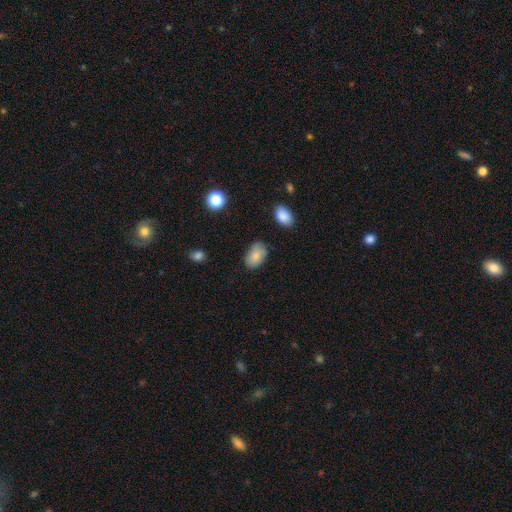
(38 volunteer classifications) A smooth galaxy with no disk features (82%) that is in between round and cigar-shaped (87%).

Vote fractions:
- Smooth or featured? smooth: 82% / featured or disk: 13% / star or artifact: 5%
- How rounded? in between: 87% / round: 13% / cigar-shaped: 0%
- Merging? none: 81% / minor disturbance: 19% / major disturbance: 0% / merger: 0%